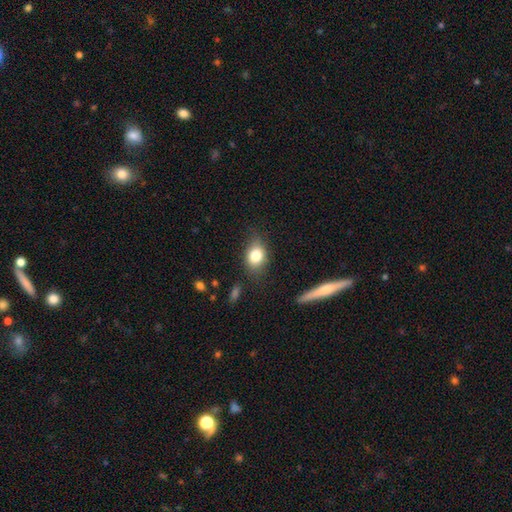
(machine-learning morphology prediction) This is likely a smooth galaxy (79%). How rounded: likely in between (69%). Merging: likely none (73%).